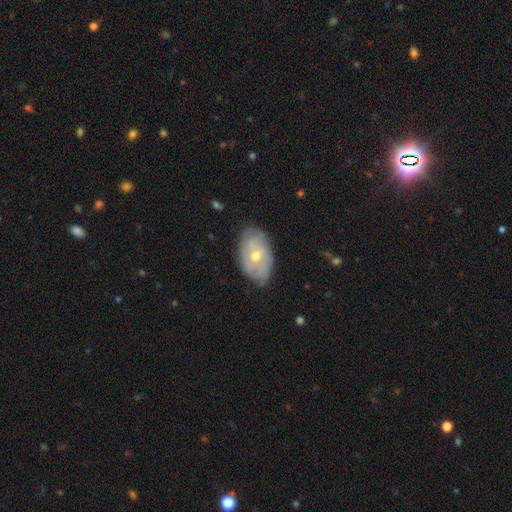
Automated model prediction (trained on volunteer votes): The model was most divided on "bulge size": moderate: 56%, small: 40%, large: 2%, none: 1%, dominant: 1%. More confident: edge-on disk — no (92%); merging — none (74%); bar — no (74%); spiral arms — yes (61%); smooth or featured — featured or disk (59%).